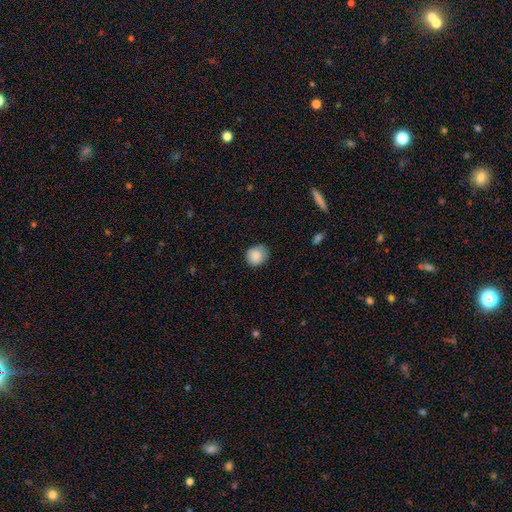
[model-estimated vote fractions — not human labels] Q: Smooth or featured?
A: smooth (87%); runner-up: star or artifact (8%)
Q: How rounded?
A: round (85%); runner-up: in between (14%)
Q: Merging?
A: none (82%); runner-up: minor disturbance (15%)